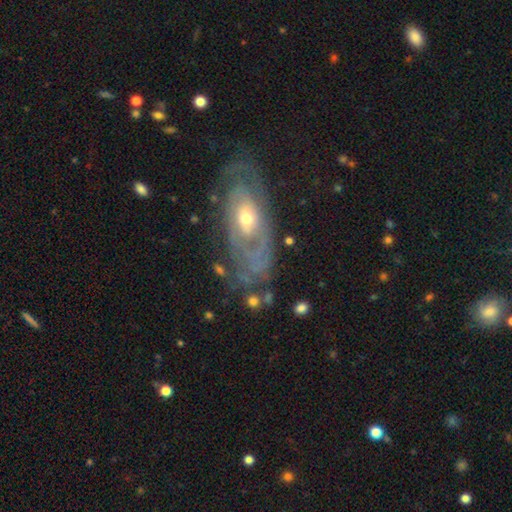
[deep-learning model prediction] A featured or disk galaxy (78%) with no bar (78%), tight (65%) spiral arms (73%) and a moderate central bulge (50%). Merging: none (65%).